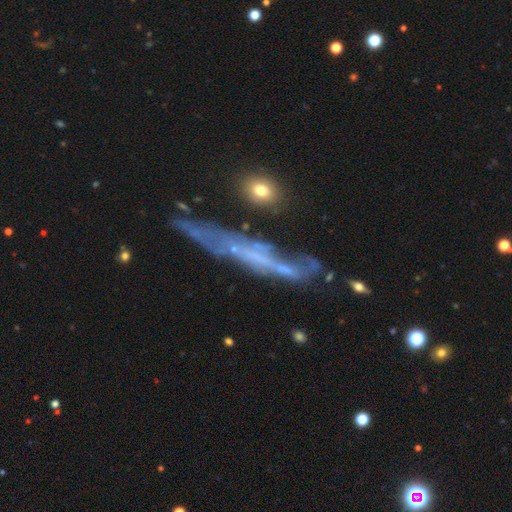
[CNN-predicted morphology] Overall: featured or disk (63%; smooth 25%). Edge-on disk: yes (69%; no 31%). Merging: none (53%; minor disturbance 22%).